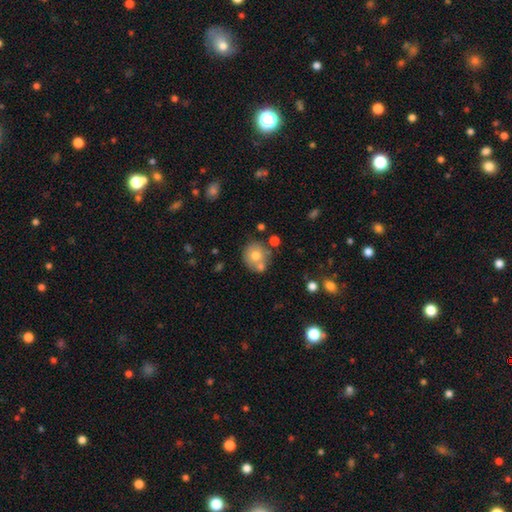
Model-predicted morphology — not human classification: Smooth or featured? Predicted: smooth (p=0.70). How rounded? Predicted: round (p=0.84). Merging? Predicted: none (p=0.58).